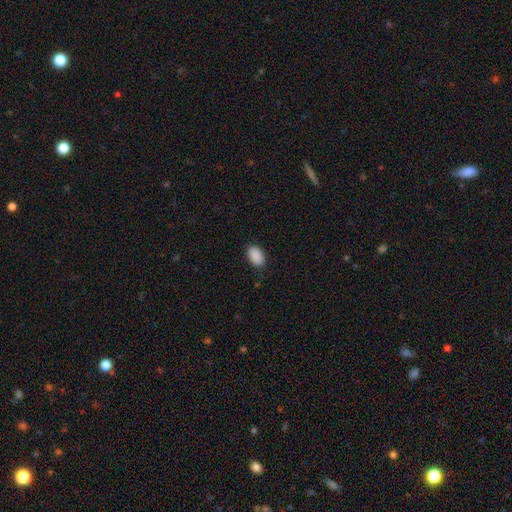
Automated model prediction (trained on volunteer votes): Overall: smooth (90%). How rounded: in between (92%). Merging: none (87%).